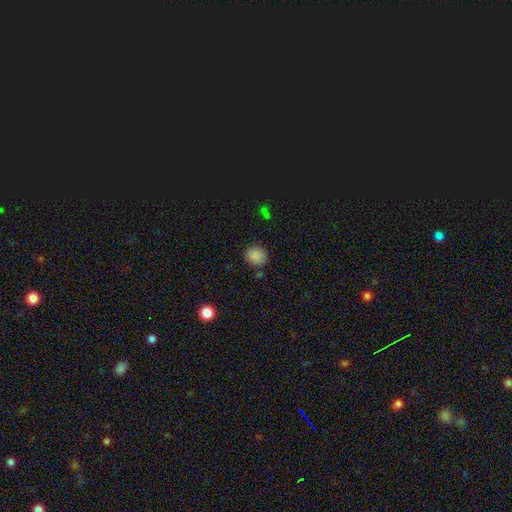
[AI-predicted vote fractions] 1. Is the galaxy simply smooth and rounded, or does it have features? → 85% smooth, 11% star or artifact, 4% featured or disk.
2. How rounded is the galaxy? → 78% round, 21% in between, 1% cigar-shaped.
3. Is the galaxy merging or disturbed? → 81% none, 12% minor disturbance, 4% merger, 3% major disturbance.